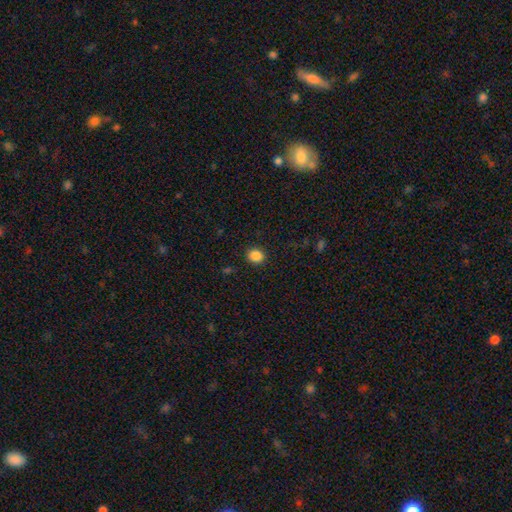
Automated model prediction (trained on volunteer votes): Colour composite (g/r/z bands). It shows a smooth galaxy with no disk features (87%) that is round (76%). Merging: none (91%).